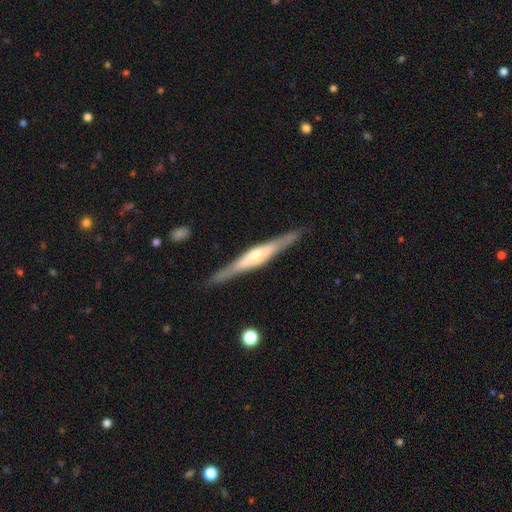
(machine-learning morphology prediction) Smooth or featured? featured or disk (77%)
Edge-on disk? yes (97%)
Edge-on bulge? rounded (61%)
Merging? none (88%)